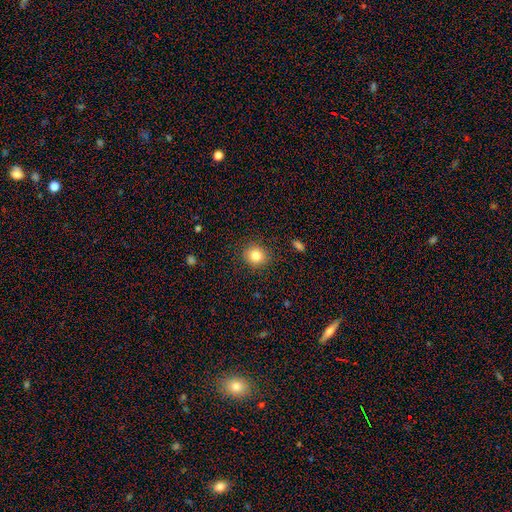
Smooth or featured? 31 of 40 (78%) said smooth. How rounded? 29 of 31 (94%) said round. Merging? 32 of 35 (91%) said none.